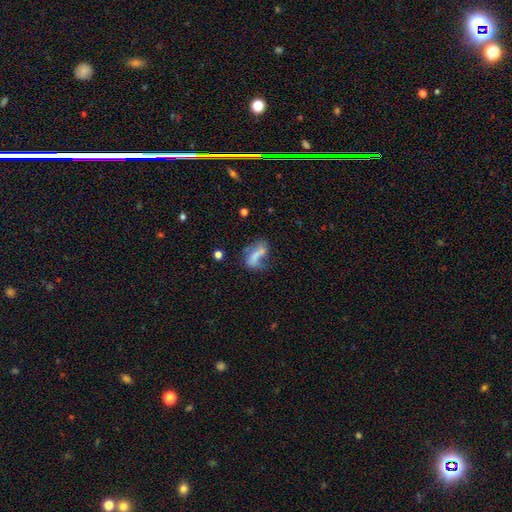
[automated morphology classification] smooth-or-featured: smooth: 56% | featured or disk: 34% | star or artifact: 11%
  how-rounded: in between: 76% | cigar-shaped: 17% | round: 7%
  merging: none: 32% | major disturbance: 29% | minor disturbance: 23% | merger: 16%